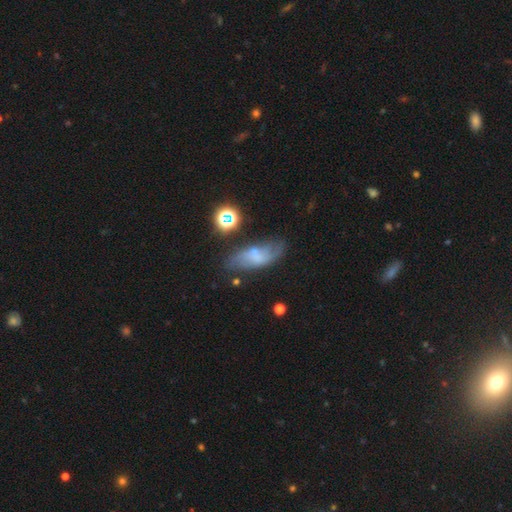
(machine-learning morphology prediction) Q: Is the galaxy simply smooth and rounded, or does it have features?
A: featured or disk — 44%.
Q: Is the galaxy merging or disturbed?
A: none — 58%.